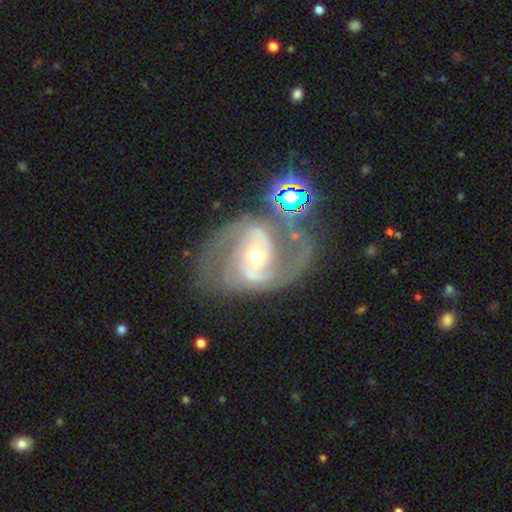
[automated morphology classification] Smooth or featured?
  - featured or disk: 88% *
  - star or artifact: 6%
  - smooth: 5%
Edge-on disk?
  - no: 97% *
  - yes: 3%
Bar?
  - weak: 39% *
  - no: 34%
  - strong: 26%
Spiral arms?
  - yes: 96% *
  - no: 4%
Spiral winding?
  - medium: 58% *
  - loose: 23%
  - tight: 20%
Spiral arm count?
  - 2: 89% *
  - can't tell: 4%
  - 3: 3%
  - 1: 2%
  - 4: 1%
  - more than 4: 1%
Bulge size?
  - moderate: 58% *
  - small: 36%
  - large: 4%
  - none: 1%
  - dominant: 1%
Merging?
  - none: 58% *
  - minor disturbance: 17%
  - major disturbance: 14%
  - merger: 10%